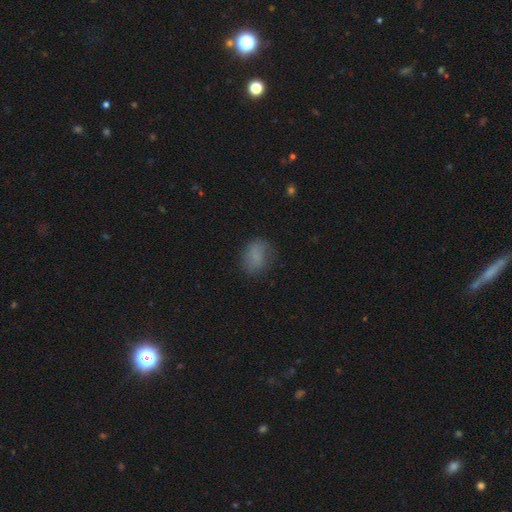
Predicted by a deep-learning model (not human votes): Smooth or featured?
  - smooth: 79% *
  - star or artifact: 12%
  - featured or disk: 10%
How rounded?
  - in between: 63% *
  - round: 35%
  - cigar-shaped: 1%
Merging?
  - none: 67% *
  - minor disturbance: 23%
  - major disturbance: 9%
  - merger: 1%